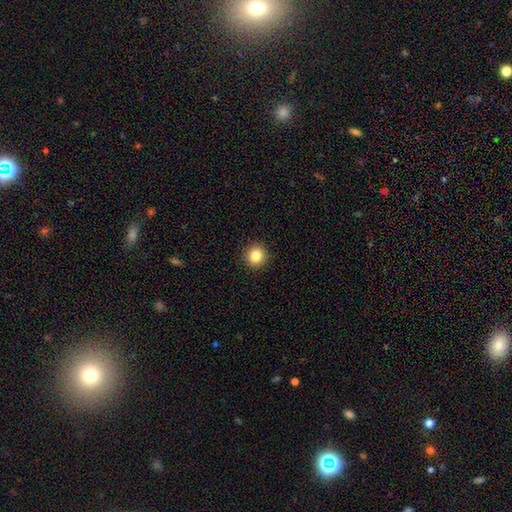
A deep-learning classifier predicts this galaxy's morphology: smooth-or-featured: smooth: 84% | star or artifact: 11% | featured or disk: 5%
  how-rounded: round: 92% | in between: 7% | cigar-shaped: 1%
  merging: none: 92% | minor disturbance: 5% | major disturbance: 2% | merger: 1%